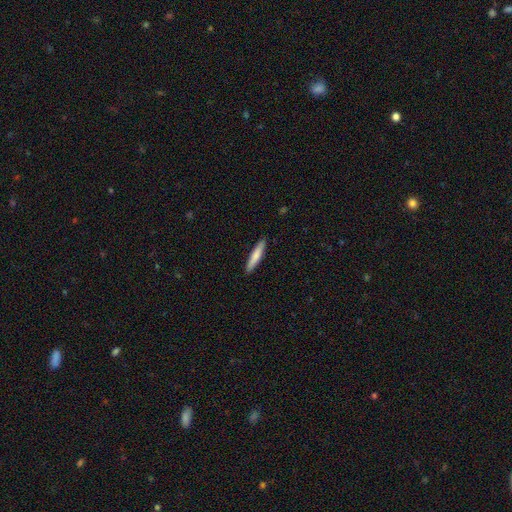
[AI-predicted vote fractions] smooth_or_featured: smooth (p=0.77) [alt: featured or disk p=0.18]
how_rounded: cigar-shaped (p=0.89) [alt: in between p=0.09]
merging: none (p=0.90) [alt: minor disturbance p=0.07]